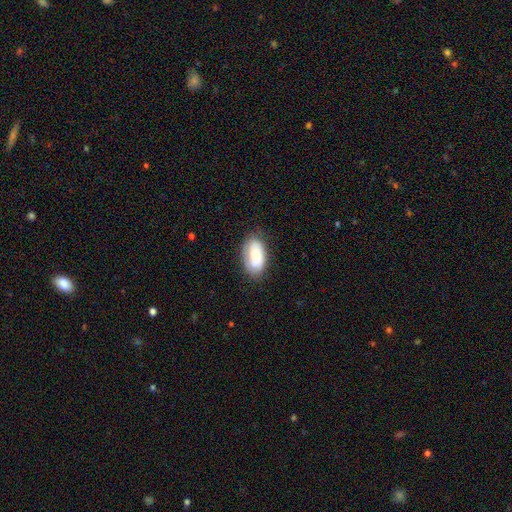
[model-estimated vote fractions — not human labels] Overall: smooth (68%). How rounded: in between (94%). Merging: none (72%).